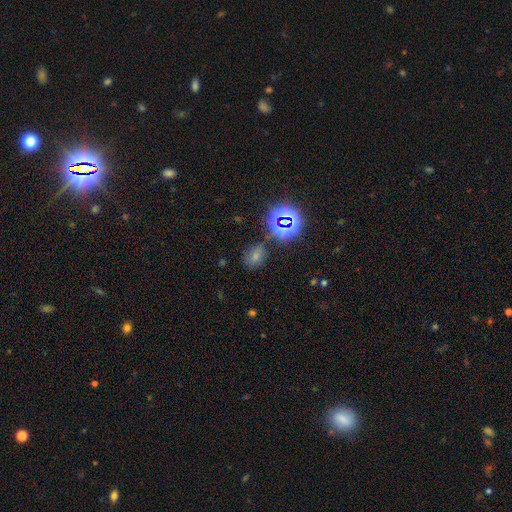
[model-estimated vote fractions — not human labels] Smooth or featured? Predicted: smooth (p=0.57). How rounded? Predicted: in between (p=0.58). Merging? Predicted: none (p=0.70).